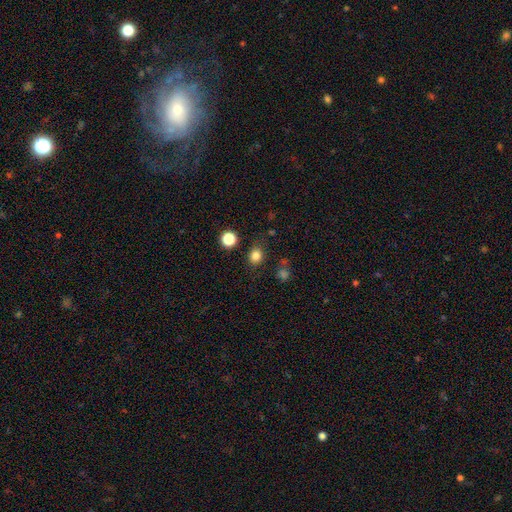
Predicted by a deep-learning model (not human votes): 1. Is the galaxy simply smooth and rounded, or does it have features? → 82% smooth, 13% star or artifact, 5% featured or disk.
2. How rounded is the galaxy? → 63% round, 36% in between, 1% cigar-shaped.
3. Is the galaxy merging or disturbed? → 81% none, 12% minor disturbance, 4% major disturbance, 4% merger.